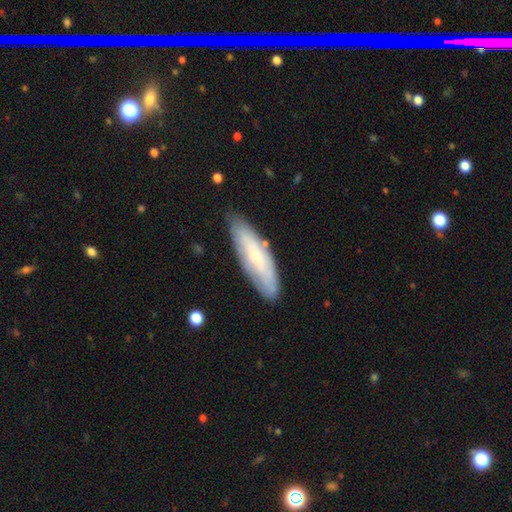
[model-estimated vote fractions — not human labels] smooth_or_featured: smooth (p=0.55) [alt: featured or disk p=0.38]
how_rounded: cigar-shaped (p=0.57) [alt: in between p=0.41]
merging: none (p=0.78) [alt: minor disturbance p=0.17]